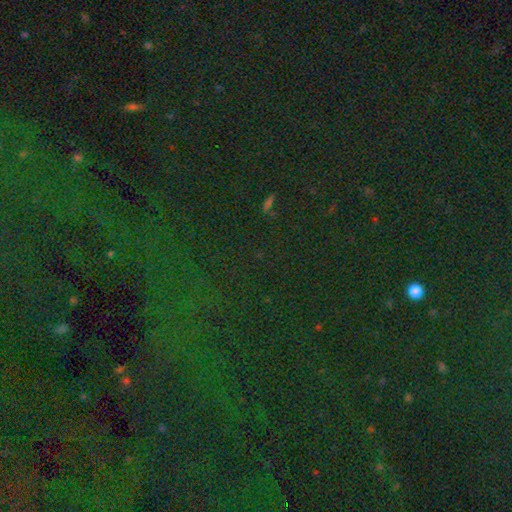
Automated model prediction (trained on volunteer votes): A star or artifact, not a galaxy (79%).

Vote fractions:
- Smooth or featured? star or artifact: 79% / smooth: 13% / featured or disk: 8%